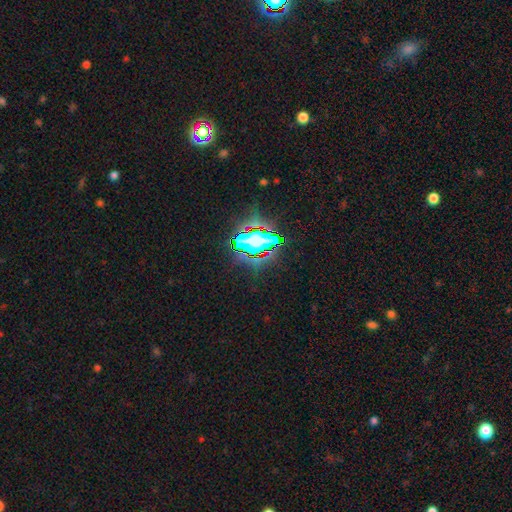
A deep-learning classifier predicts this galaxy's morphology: A star or artifact, not a galaxy (65%).

Vote fractions:
- Smooth or featured? star or artifact: 65% / smooth: 21% / featured or disk: 14%